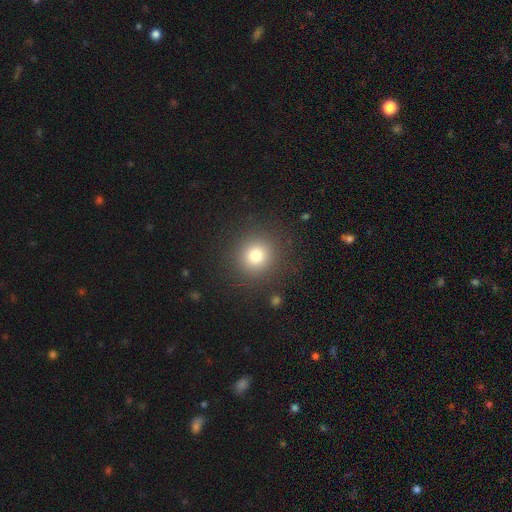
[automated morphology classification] A smooth galaxy with no disk features (78%) that is round (92%).

Vote fractions:
- Smooth or featured? smooth: 78% / star or artifact: 14% / featured or disk: 8%
- How rounded? round: 92% / in between: 7% / cigar-shaped: 1%
- Merging? none: 89% / minor disturbance: 6% / major disturbance: 3% / merger: 1%